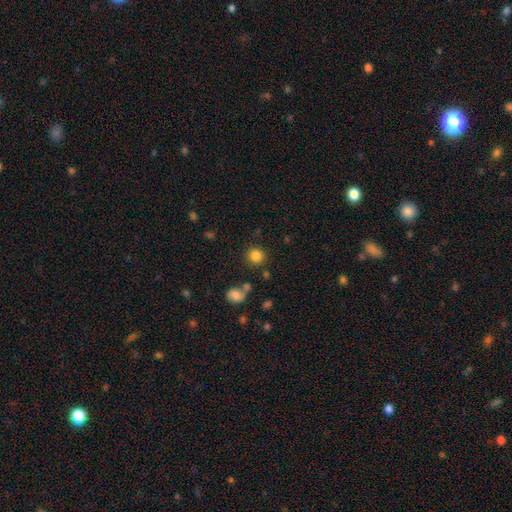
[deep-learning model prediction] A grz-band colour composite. It shows a smooth galaxy with no disk features (84%) that is round (91%). Merging: none (84%).